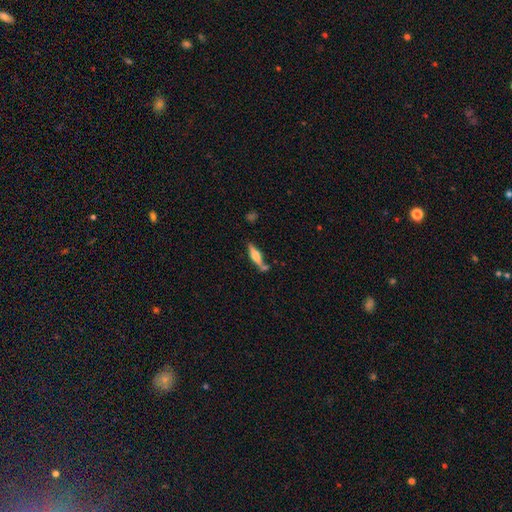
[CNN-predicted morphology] Smooth or featured? smooth (47%)
Merging? none (62%)